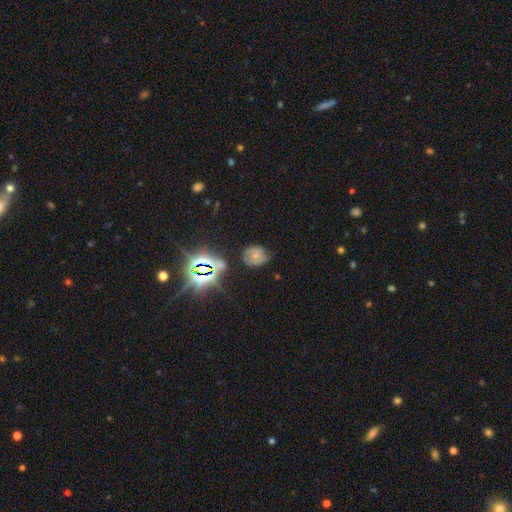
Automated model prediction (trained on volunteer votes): This is possibly a smooth galaxy (51%). How rounded: likely round (70%). Merging: likely none (70%).